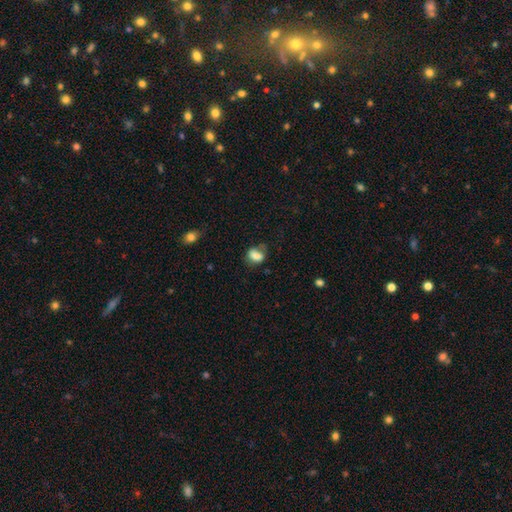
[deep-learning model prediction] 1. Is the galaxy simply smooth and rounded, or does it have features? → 78% smooth, 12% featured or disk, 10% star or artifact.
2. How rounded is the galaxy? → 70% in between, 28% round, 2% cigar-shaped.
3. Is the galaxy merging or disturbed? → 47% none, 30% minor disturbance, 16% major disturbance, 8% merger.